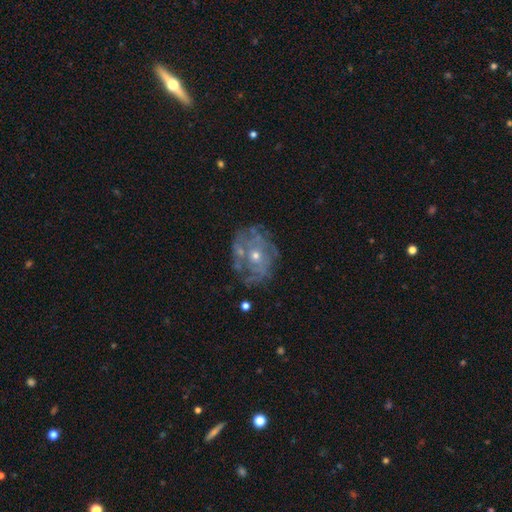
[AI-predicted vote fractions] Smooth or featured? featured or disk (76%)
Edge-on disk? no (97%)
Bar? no (83%)
Spiral arms? yes (66%)
Bulge size? small (55%)
Merging? none (62%)